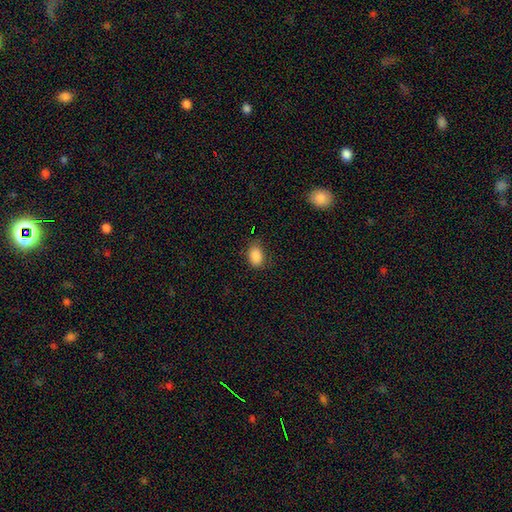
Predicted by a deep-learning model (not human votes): smooth-or-featured: smooth: 88% | star or artifact: 9% | featured or disk: 3%
  how-rounded: in between: 82% | round: 17% | cigar-shaped: 1%
  merging: none: 75% | minor disturbance: 20% | major disturbance: 4% | merger: 1%